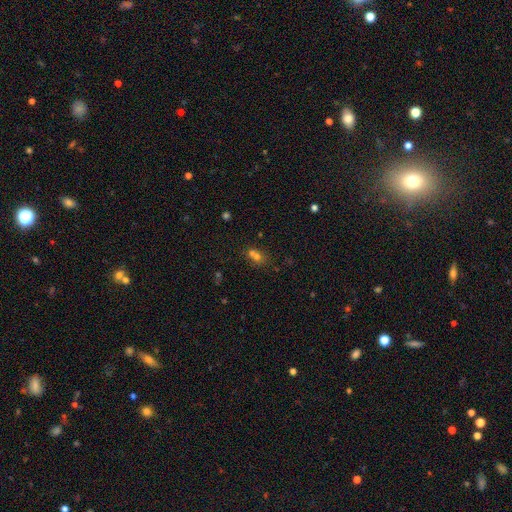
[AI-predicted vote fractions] A smooth galaxy with no disk features (60%) that is round (65%). Merging: merger (49%).